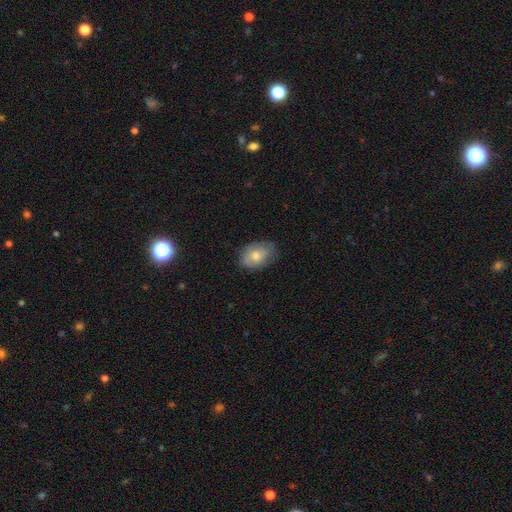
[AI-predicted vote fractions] The model was most divided on "smooth or featured": smooth: 68%, featured or disk: 23%, star or artifact: 10%. More confident: how rounded — in between (80%); merging — none (76%).